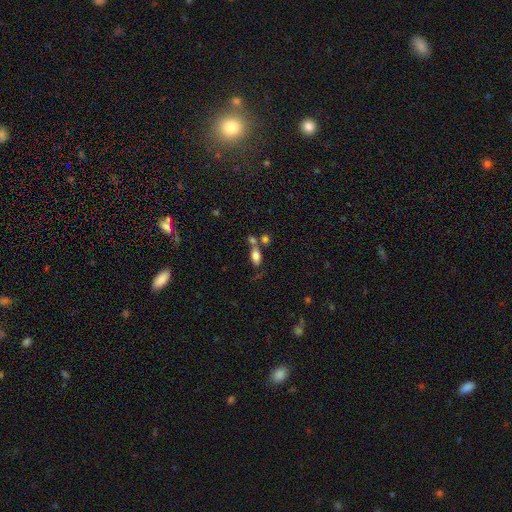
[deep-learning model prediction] Morphology: type=smooth (78%); roundness=in between (86%); merging=none (42%).